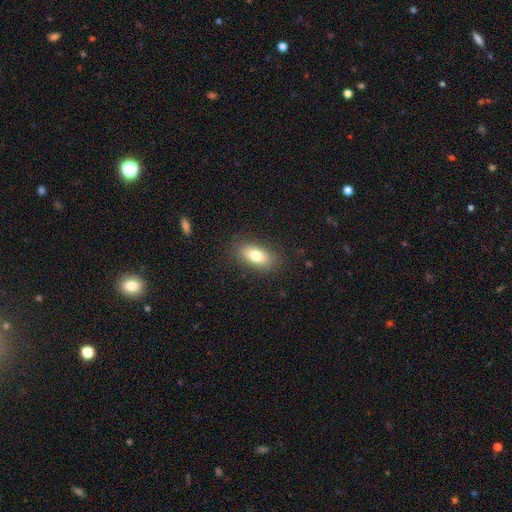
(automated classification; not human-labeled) Smooth or featured: smooth — 79% (featured or disk — 13%)
How rounded: in between — 85% (cigar-shaped — 10%)
Merging: none — 86% (minor disturbance — 10%)